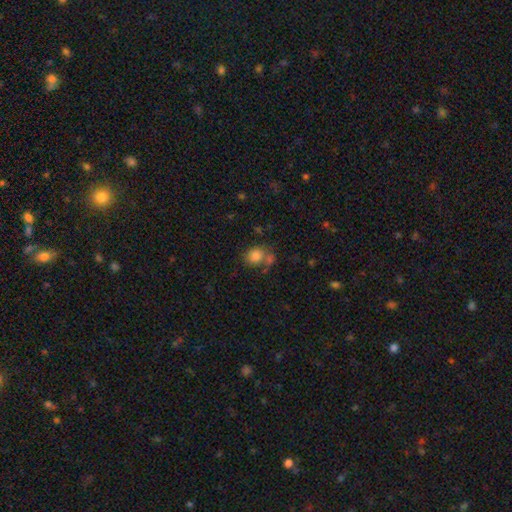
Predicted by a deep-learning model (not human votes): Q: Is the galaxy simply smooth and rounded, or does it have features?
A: smooth — 81%.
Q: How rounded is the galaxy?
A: round — 70%.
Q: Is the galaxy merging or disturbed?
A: none — 54%.